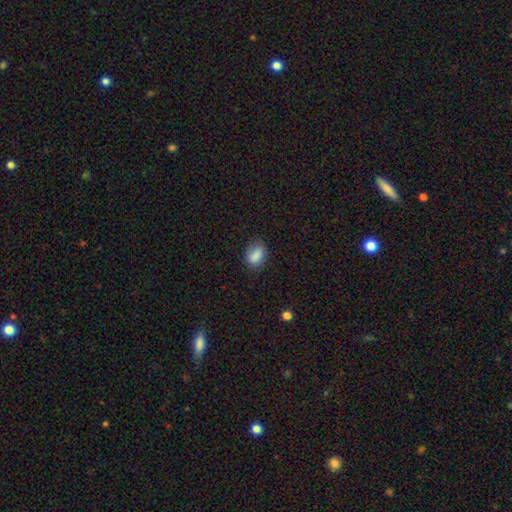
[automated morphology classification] This is clearly a smooth galaxy (85%). How rounded: clearly in between (80%). Merging: likely none (75%).